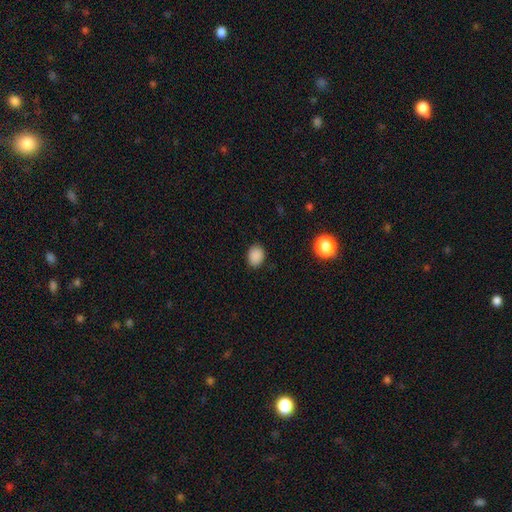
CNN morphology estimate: Overall: smooth (87%). How rounded: in between (56%; round 43%). Merging: none (86%).